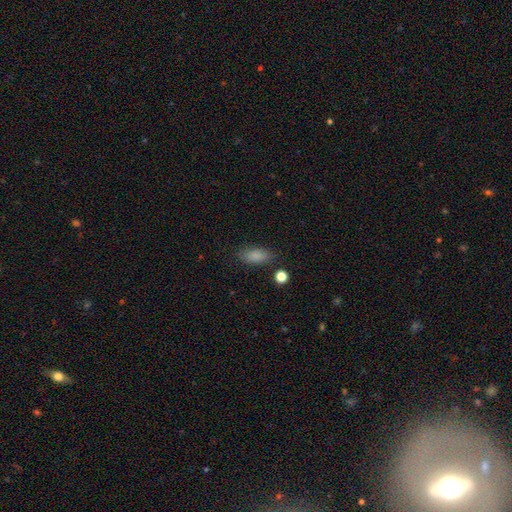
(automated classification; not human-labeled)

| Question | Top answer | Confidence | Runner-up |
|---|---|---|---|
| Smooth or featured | smooth | 86% | star or artifact (9%) |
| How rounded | in between | 82% | cigar-shaped (14%) |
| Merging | none | 82% | minor disturbance (12%) |